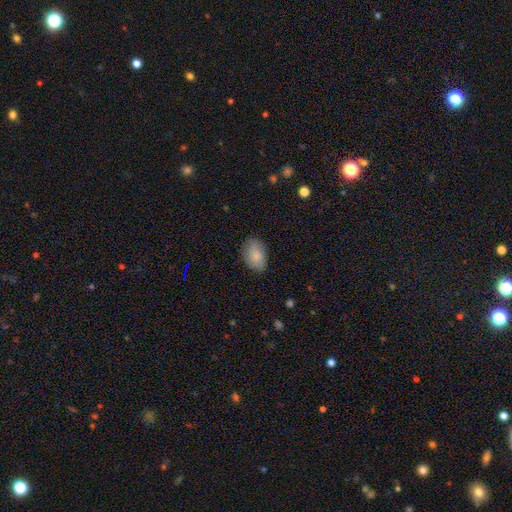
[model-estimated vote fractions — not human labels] This is clearly a smooth galaxy (83%). How rounded: clearly in between (85%). Merging: likely none (79%).